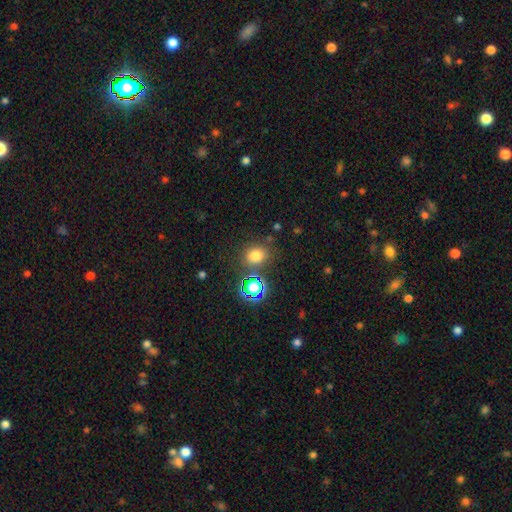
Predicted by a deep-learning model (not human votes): smooth_or_featured: smooth (p=0.73) [alt: star or artifact p=0.20]
how_rounded: round (p=0.70) [alt: in between p=0.29]
merging: none (p=0.77) [alt: minor disturbance p=0.11]